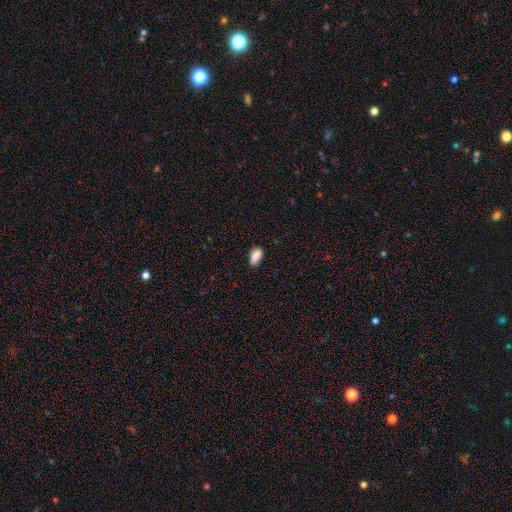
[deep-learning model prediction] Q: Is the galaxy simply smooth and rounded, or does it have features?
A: smooth — 87%.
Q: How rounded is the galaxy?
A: in between — 90%.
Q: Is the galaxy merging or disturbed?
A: none — 71%.